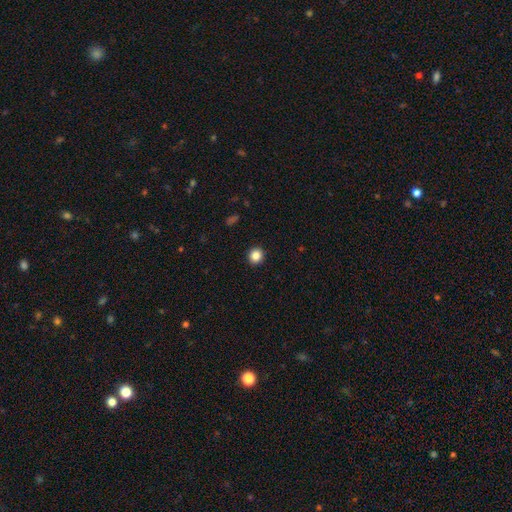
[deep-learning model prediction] This appears to be a smooth galaxy with no disk features (86%) that is round (91%). Merging: none (93%).